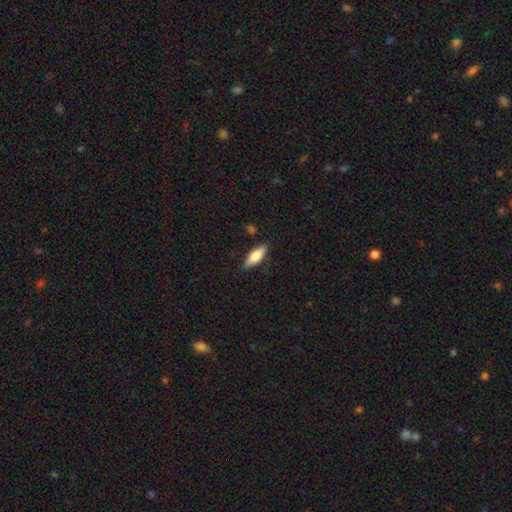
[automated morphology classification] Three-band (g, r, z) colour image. It shows a smooth galaxy with no disk features (71%) that is in between round and cigar-shaped (52%). Merging: none (84%).